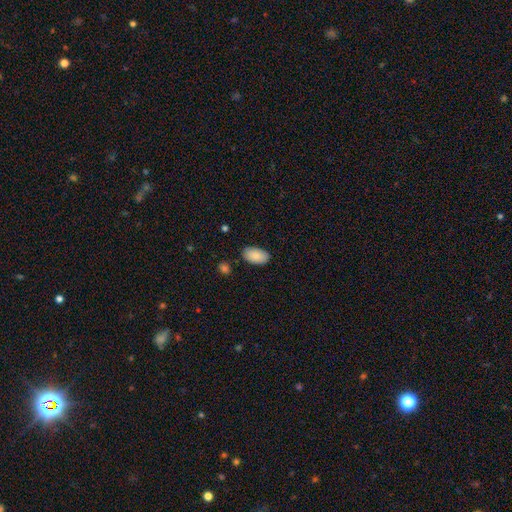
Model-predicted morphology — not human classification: This appears to be a smooth galaxy with no disk features (88%) that is in between round and cigar-shaped (95%). Merging: none (85%).